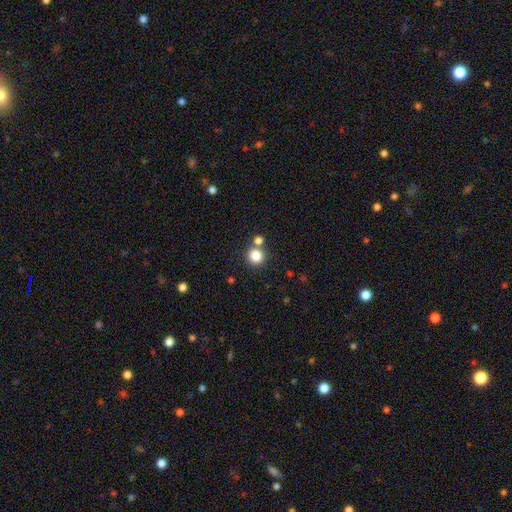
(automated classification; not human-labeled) Q: Smooth or featured?
A: smooth (83%); runner-up: star or artifact (12%)
Q: How rounded?
A: round (92%); runner-up: in between (7%)
Q: Merging?
A: none (73%); runner-up: merger (17%)